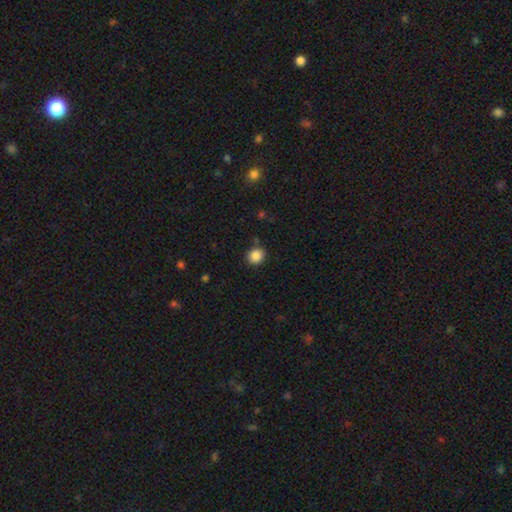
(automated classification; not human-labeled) Smooth or featured? smooth (86%)
How rounded? round (80%)
Merging? none (85%)